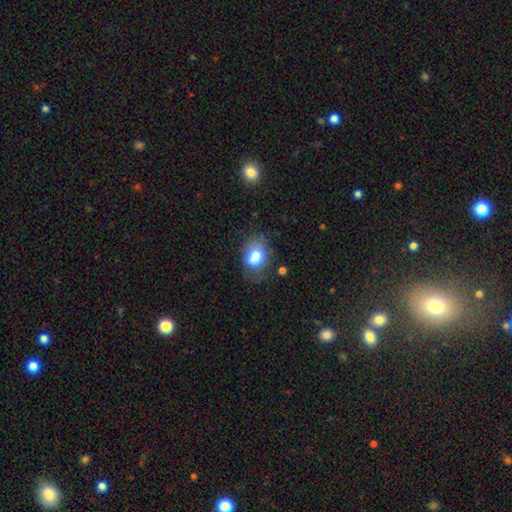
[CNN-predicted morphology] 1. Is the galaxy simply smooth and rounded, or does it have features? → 76% smooth, 15% featured or disk, 10% star or artifact.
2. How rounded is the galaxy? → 65% in between, 34% round, 1% cigar-shaped.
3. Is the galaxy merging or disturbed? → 59% none, 26% minor disturbance, 11% major disturbance, 4% merger.